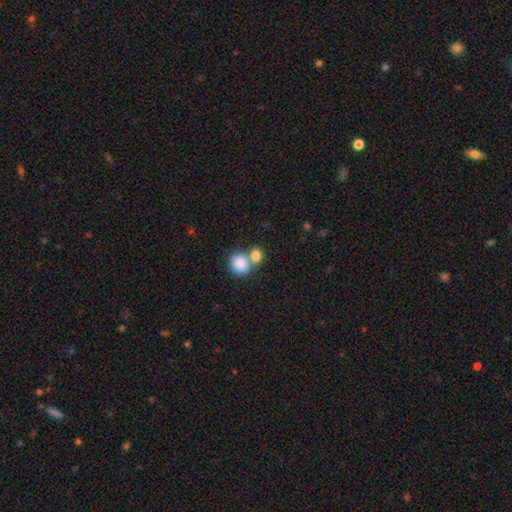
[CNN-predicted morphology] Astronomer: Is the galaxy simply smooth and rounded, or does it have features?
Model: smooth — 84%.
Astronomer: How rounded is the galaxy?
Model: round — 72%.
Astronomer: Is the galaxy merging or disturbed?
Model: merger — 50% (runner-up: none, 40%).